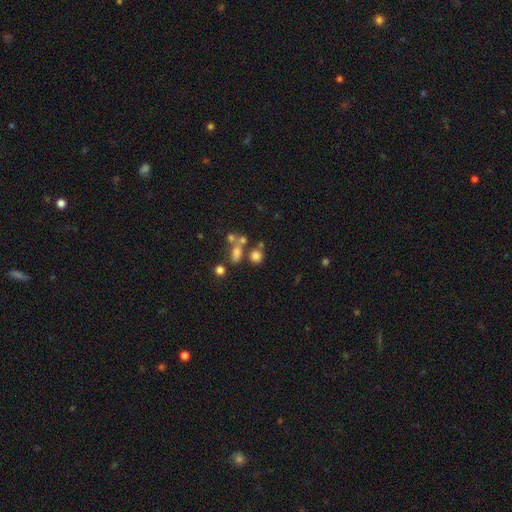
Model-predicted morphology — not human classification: This appears to be a smooth galaxy with no disk features (72%) that is round (76%). Merging: none (55%).